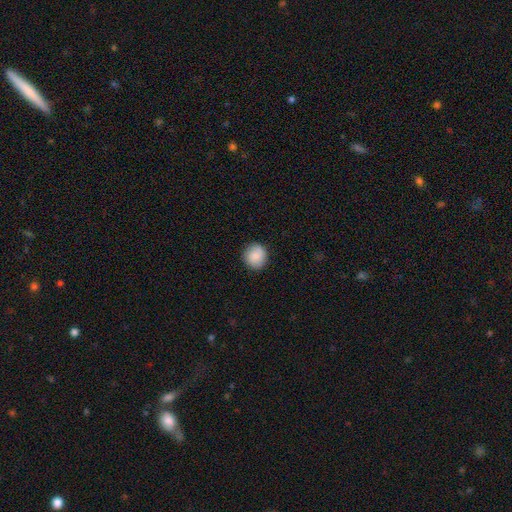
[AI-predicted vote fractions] A smooth galaxy with no disk features (85%) that is round (90%).

Vote fractions:
- Smooth or featured? smooth: 85% / star or artifact: 7% / featured or disk: 7%
- How rounded? round: 90% / in between: 9% / cigar-shaped: 1%
- Merging? none: 88% / minor disturbance: 9% / major disturbance: 2% / merger: 1%